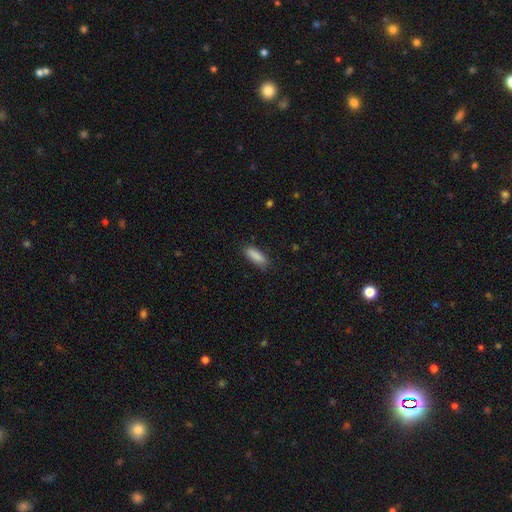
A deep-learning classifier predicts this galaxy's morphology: The model was most divided on "how rounded": in between: 61%, cigar-shaped: 37%, round: 2%. More confident: smooth or featured — smooth (89%); merging — none (84%).